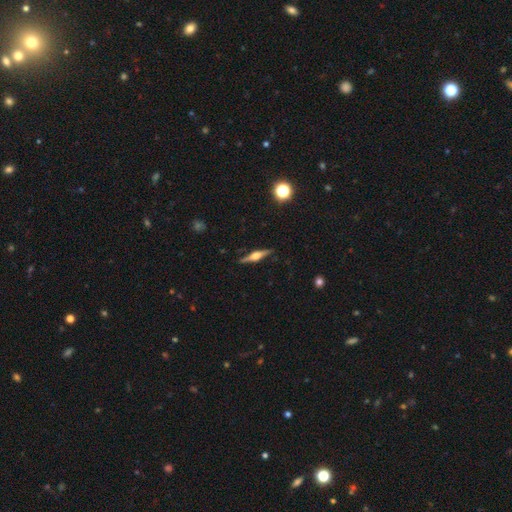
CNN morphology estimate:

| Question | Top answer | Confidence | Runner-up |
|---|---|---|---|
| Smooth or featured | featured or disk | 76% | smooth (18%) |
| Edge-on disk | yes | 98% | no (2%) |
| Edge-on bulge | rounded | 91% | boxy (7%) |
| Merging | none | 89% | minor disturbance (8%) |